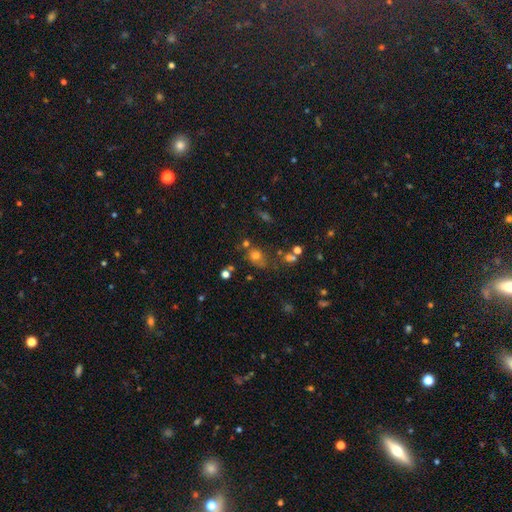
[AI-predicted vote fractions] Smooth or featured? smooth (68%)
How rounded? round (57%)
Merging? none (54%)